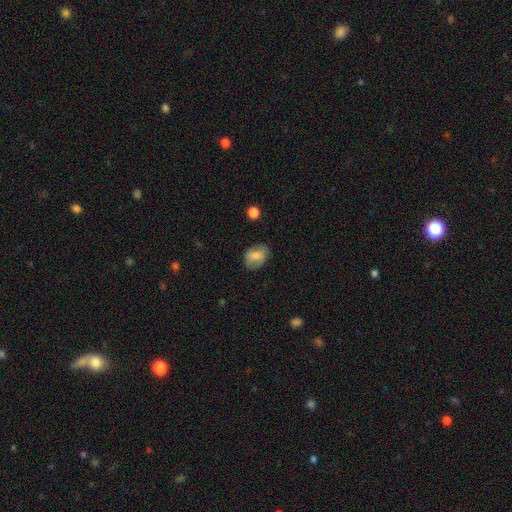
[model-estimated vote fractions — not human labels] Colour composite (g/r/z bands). It shows a smooth galaxy with no disk features (74%) that is in between round and cigar-shaped (74%). Merging: none (75%).